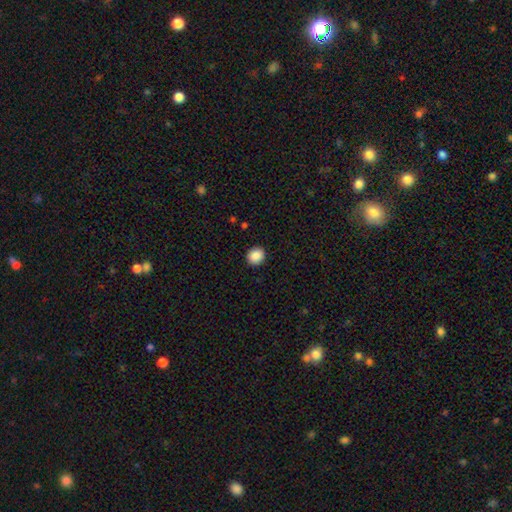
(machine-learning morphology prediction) Overall: smooth (89%). How rounded: round (83%). Merging: none (92%).